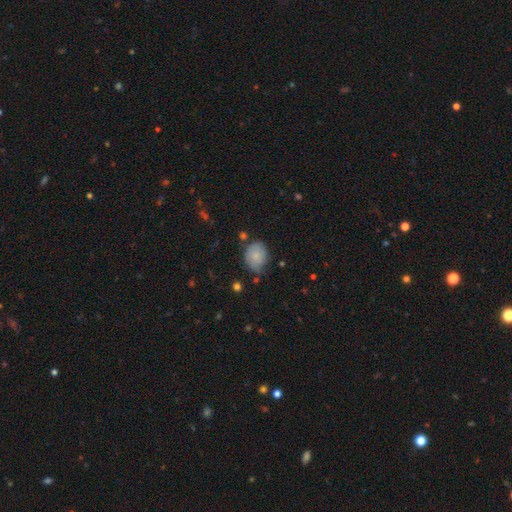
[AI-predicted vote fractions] Smooth or featured? Predicted: smooth (p=0.79). How rounded? Predicted: in between (p=0.54). Merging? Predicted: none (p=0.62).